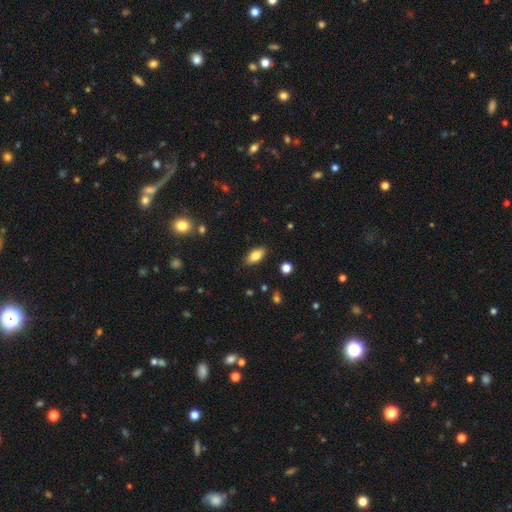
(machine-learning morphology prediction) smooth_or_featured: smooth (p=0.78) [alt: featured or disk p=0.14]
how_rounded: in between (p=0.88) [alt: cigar-shaped p=0.09]
merging: none (p=0.88) [alt: minor disturbance p=0.09]